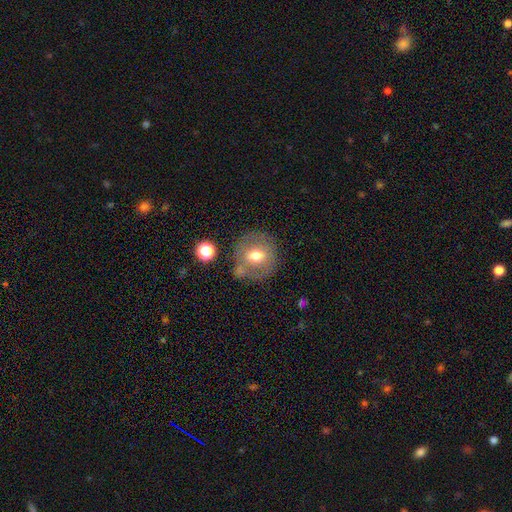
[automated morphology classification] Smooth or featured: smooth — 59% (featured or disk — 31%)
How rounded: round — 84% (in between — 15%)
Merging: none — 68% (minor disturbance — 17%)